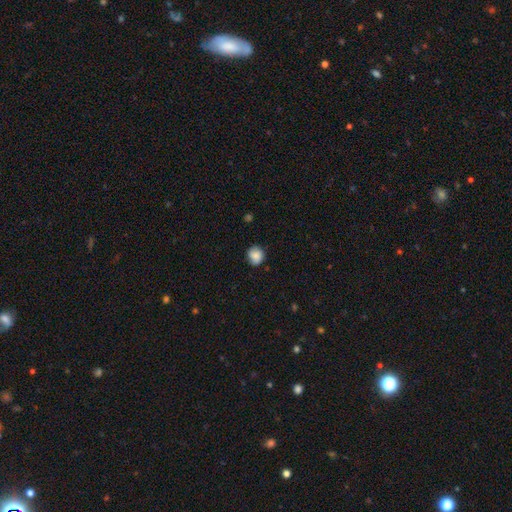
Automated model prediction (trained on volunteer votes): Overall: smooth (83%). How rounded: round (81%). Merging: none (78%).